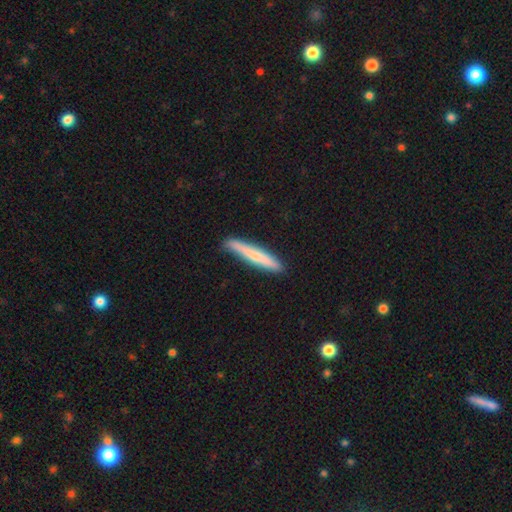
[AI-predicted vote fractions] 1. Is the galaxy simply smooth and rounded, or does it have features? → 65% smooth, 30% featured or disk, 5% star or artifact.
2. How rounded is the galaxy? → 95% cigar-shaped, 4% in between, 1% round.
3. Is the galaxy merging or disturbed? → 84% none, 12% minor disturbance, 2% major disturbance, 2% merger.